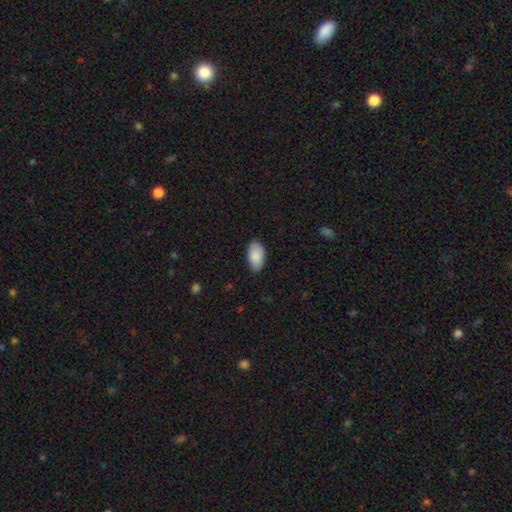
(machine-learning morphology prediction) Overall: smooth (89%). How rounded: in between (95%). Merging: none (84%).